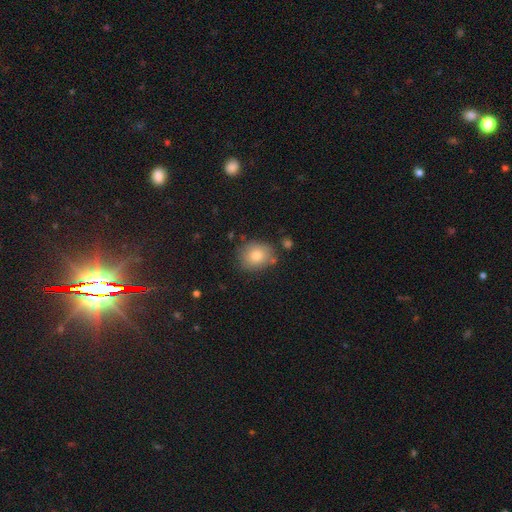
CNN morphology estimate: Overall: smooth (79%). How rounded: round (62%; in between 37%). Merging: none (77%).